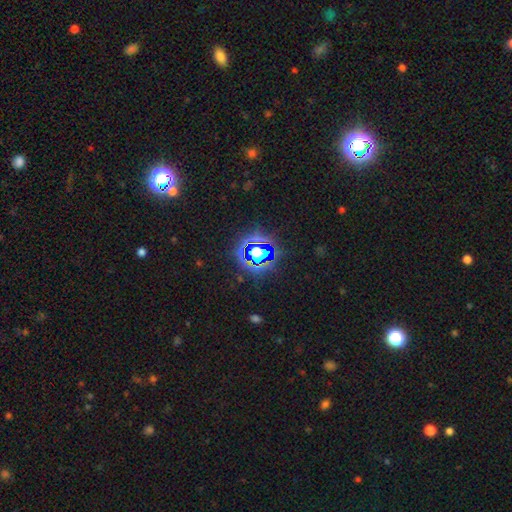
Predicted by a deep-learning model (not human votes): Smooth or featured? Predicted: star or artifact (p=0.76).